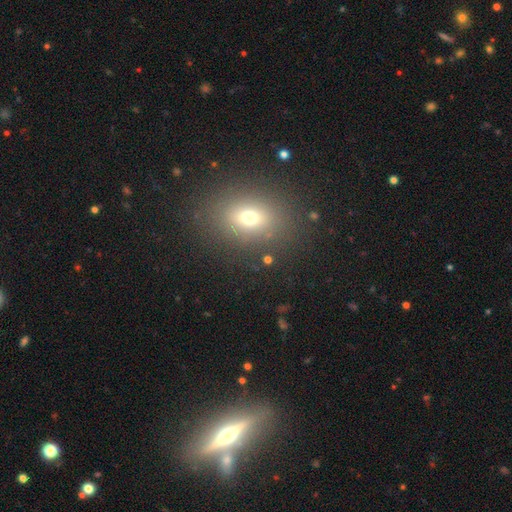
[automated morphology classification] Smooth or featured? smooth (59%)
How rounded? in between (59%)
Merging? none (88%)